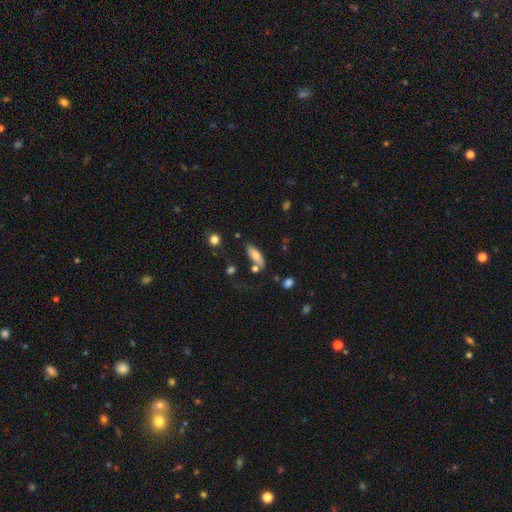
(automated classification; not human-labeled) smooth-or-featured: smooth: 71% | featured or disk: 21% | star or artifact: 7%
  how-rounded: in between: 71% | cigar-shaped: 27% | round: 3%
  merging: none: 65% | minor disturbance: 17% | merger: 13% | major disturbance: 5%